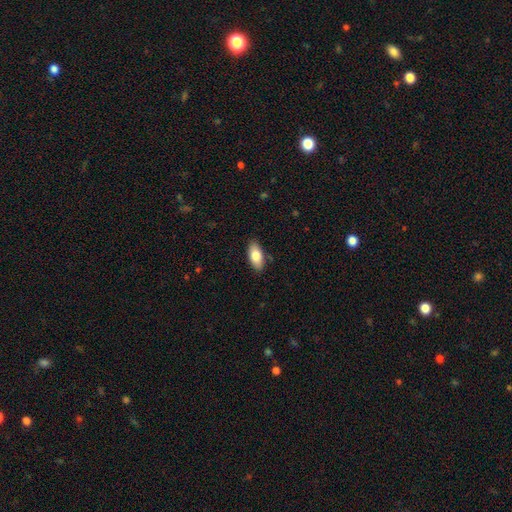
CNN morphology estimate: A smooth galaxy with no disk features (82%) that is in between round and cigar-shaped (89%). Merging: none (86%).